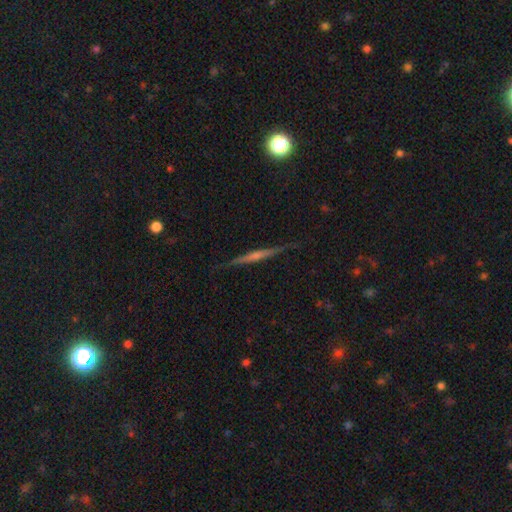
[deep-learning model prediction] This is likely a featured or disk galaxy (72%). It is clearly viewed edge-on (98%). Edge-on bulge: likely rounded (65%). Merging: clearly none (90%).